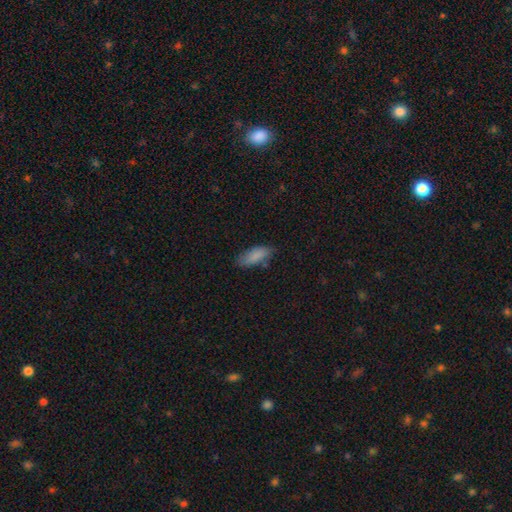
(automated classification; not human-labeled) Smooth or featured: smooth — 86% (featured or disk — 8%)
How rounded: in between — 78% (cigar-shaped — 20%)
Merging: none — 71% (minor disturbance — 22%)